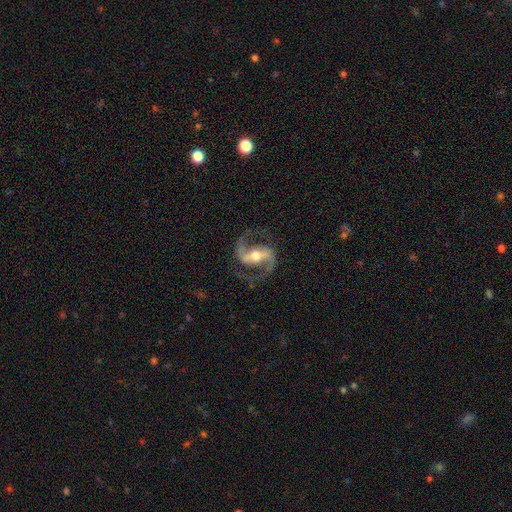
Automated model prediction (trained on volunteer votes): A featured or disk galaxy (92%) with a strong bar (52%), 2 (94%) medium (61%) spiral arms (98%) and a moderate central bulge (65%).

Vote fractions:
- Smooth or featured? featured or disk: 92% / star or artifact: 4% / smooth: 3%
- Edge-on disk? no: 98% / yes: 2%
- Bar? strong: 52% / weak: 34% / no: 14%
- Spiral arms? yes: 98% / no: 2%
- Spiral winding? medium: 61% / loose: 27% / tight: 12%
- Spiral arm count? 2: 94% / can't tell: 1% / 1: 1% / 3: 1% / 4: 1% / more than 4: 1%
- Bulge size? moderate: 65% / small: 25% / large: 7% / none: 2% / dominant: 1%
- Merging? none: 81% / minor disturbance: 11% / major disturbance: 6% / merger: 1%